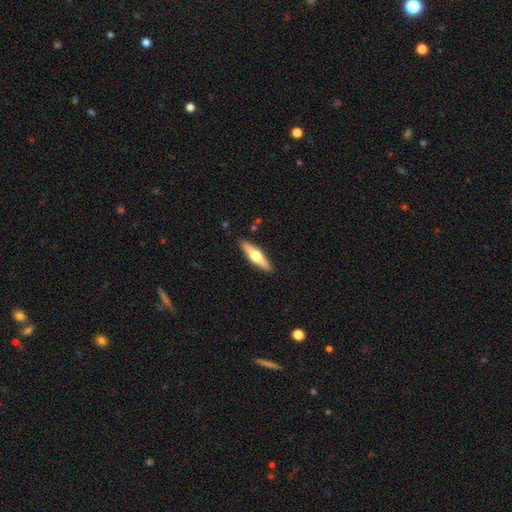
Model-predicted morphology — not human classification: A featured or disk galaxy (54%) viewed edge-on (94%) with a rounded central bulge (95%). Merging: none (89%).